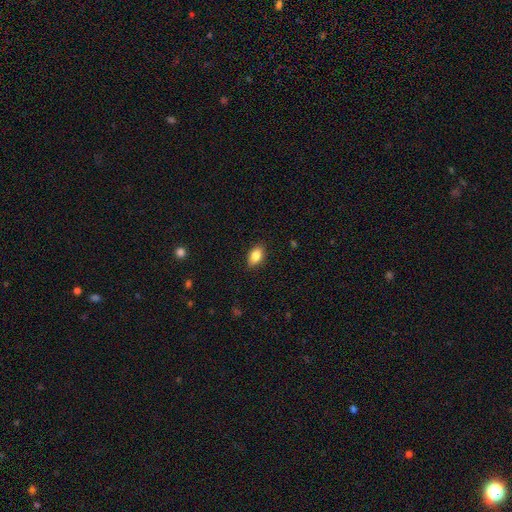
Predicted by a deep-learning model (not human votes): This is clearly a smooth galaxy (85%). How rounded: clearly in between (88%). Merging: clearly none (87%).